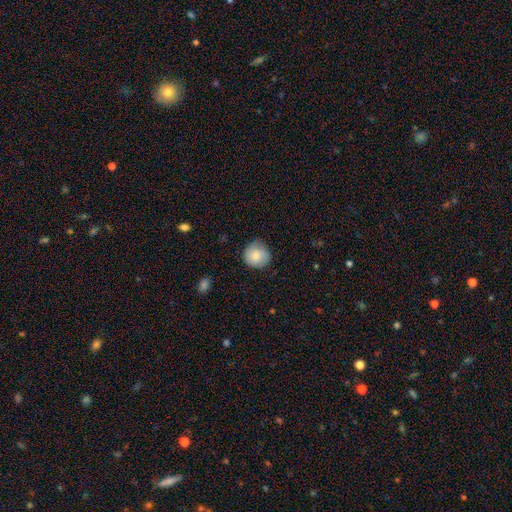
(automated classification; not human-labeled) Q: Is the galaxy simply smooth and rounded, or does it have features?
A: smooth — 81%.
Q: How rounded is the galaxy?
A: round — 90%.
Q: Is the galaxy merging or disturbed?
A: none — 77%.